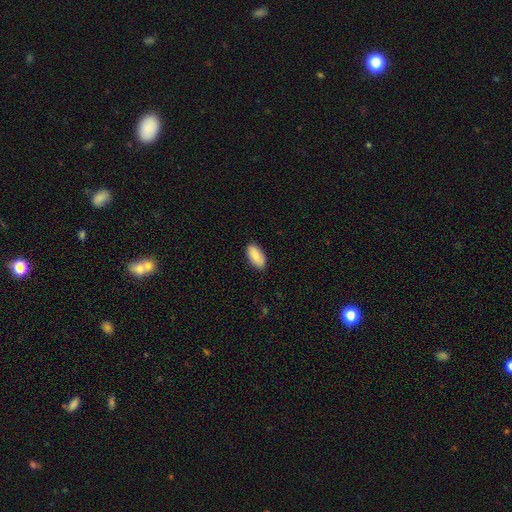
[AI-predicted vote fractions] smooth 86%, featured or disk 8%, star or artifact 6%. Down the decision tree: how rounded — in between (91%); merging — none (88%).